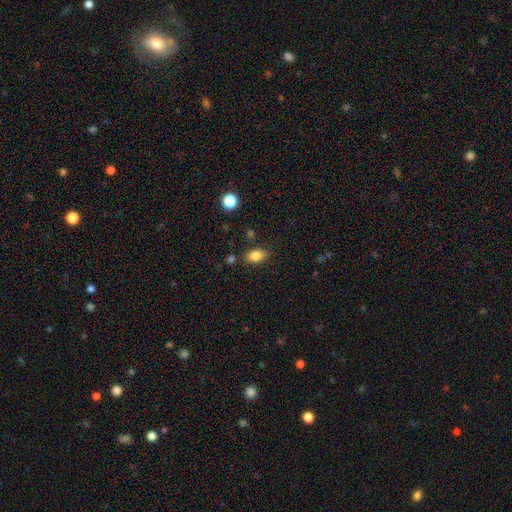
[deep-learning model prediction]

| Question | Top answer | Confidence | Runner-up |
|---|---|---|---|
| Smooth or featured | smooth | 84% | star or artifact (9%) |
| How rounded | in between | 87% | round (10%) |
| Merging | none | 80% | minor disturbance (13%) |